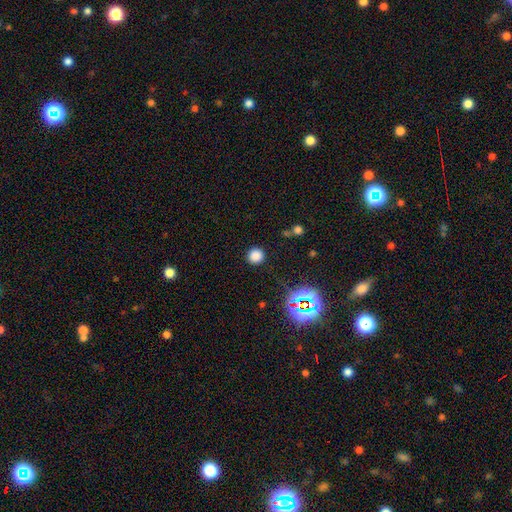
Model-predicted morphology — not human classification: This is likely a smooth galaxy (77%). How rounded: clearly round (92%). Merging: clearly none (88%).